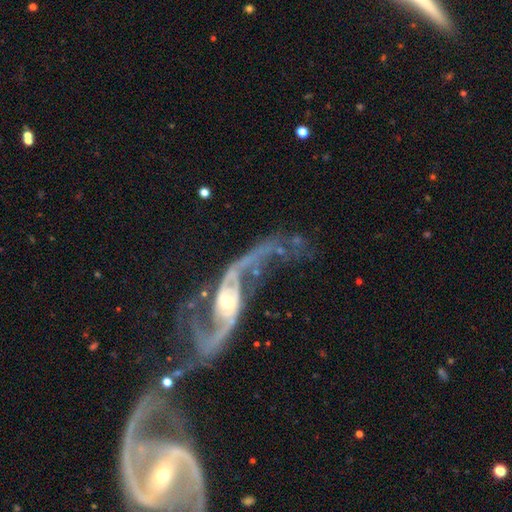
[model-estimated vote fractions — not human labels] Smooth or featured? featured or disk (89%)
Edge-on disk? no (92%)
Bar? weak (38%)
Spiral arms? yes (94%)
Spiral winding? loose (75%)
Spiral arm count? 2 (87%)
Bulge size? moderate (51%)
Merging? merger (53%)